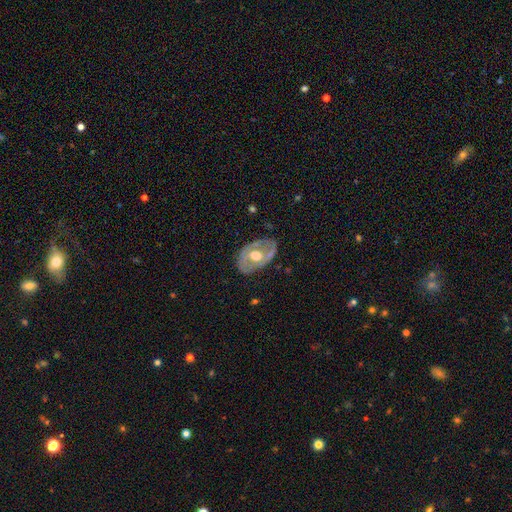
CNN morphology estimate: Overall: featured or disk (66%; smooth 29%). Edge-on disk: no (92%). Bar: no (78%). Spiral arms: no (65%; yes 35%). Bulge size: moderate (68%). Merging: none (71%).